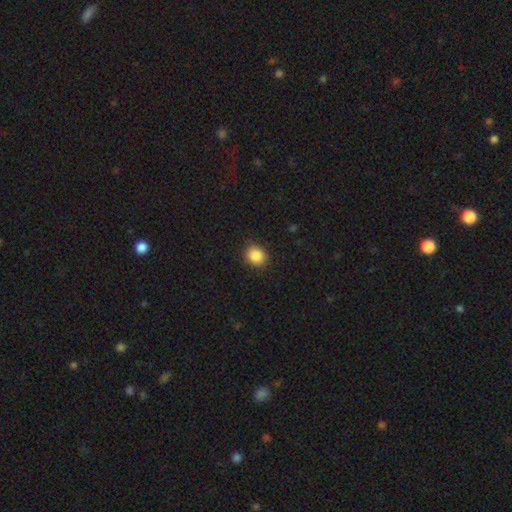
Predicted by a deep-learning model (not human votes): A smooth galaxy with no disk features (86%) that is round (74%).

Vote fractions:
- Smooth or featured? smooth: 86% / star or artifact: 10% / featured or disk: 4%
- How rounded? round: 74% / in between: 26% / cigar-shaped: 1%
- Merging? none: 88% / minor disturbance: 8% / major disturbance: 2% / merger: 1%